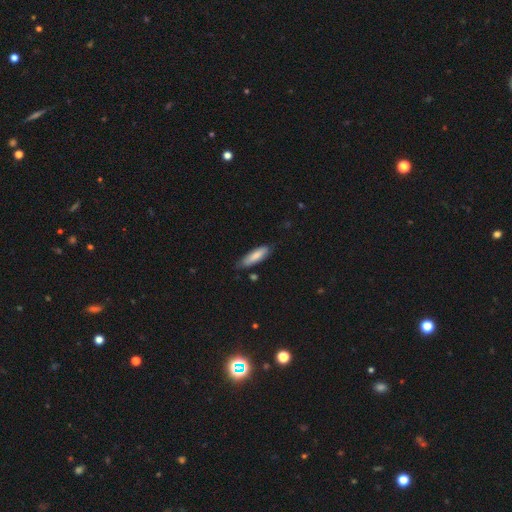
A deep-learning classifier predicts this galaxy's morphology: Smooth or featured?
  - smooth: 81% *
  - featured or disk: 13%
  - star or artifact: 6%
How rounded?
  - cigar-shaped: 56% *
  - in between: 42%
  - round: 1%
Merging?
  - none: 74% *
  - minor disturbance: 21%
  - major disturbance: 3%
  - merger: 2%